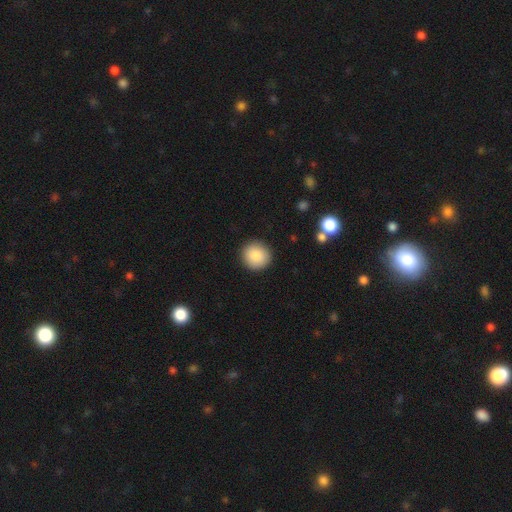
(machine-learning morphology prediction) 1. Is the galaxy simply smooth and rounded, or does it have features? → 87% smooth, 7% star or artifact, 5% featured or disk.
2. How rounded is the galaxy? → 94% round, 5% in between, 1% cigar-shaped.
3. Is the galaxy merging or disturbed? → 91% none, 6% minor disturbance, 2% major disturbance, 1% merger.